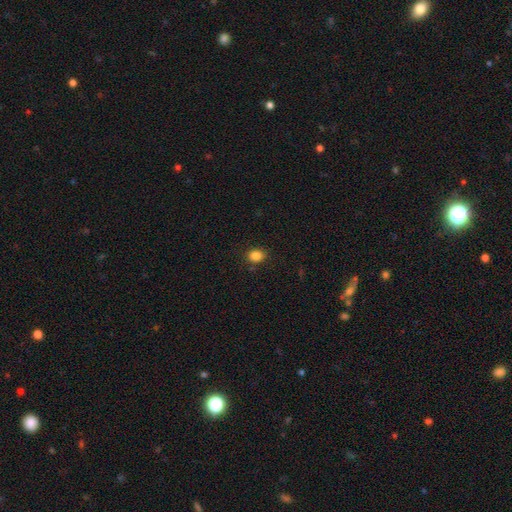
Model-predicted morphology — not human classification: The model was most divided on "how rounded": round: 56%, in between: 43%, cigar-shaped: 1%. More confident: merging — none (87%); smooth or featured — smooth (85%).